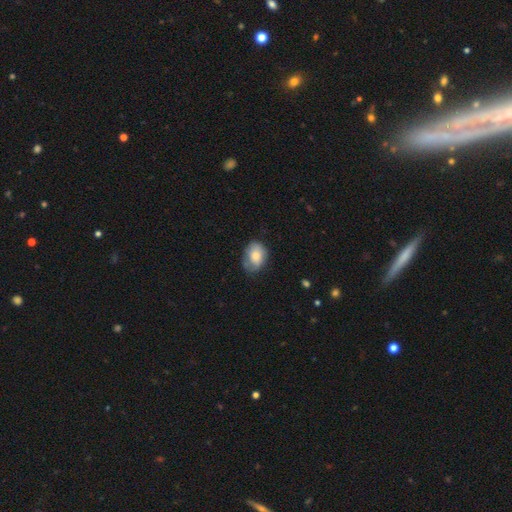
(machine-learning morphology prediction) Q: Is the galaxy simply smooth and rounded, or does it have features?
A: smooth — 76%.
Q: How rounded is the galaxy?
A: in between — 75%.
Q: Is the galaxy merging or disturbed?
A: none — 60%.